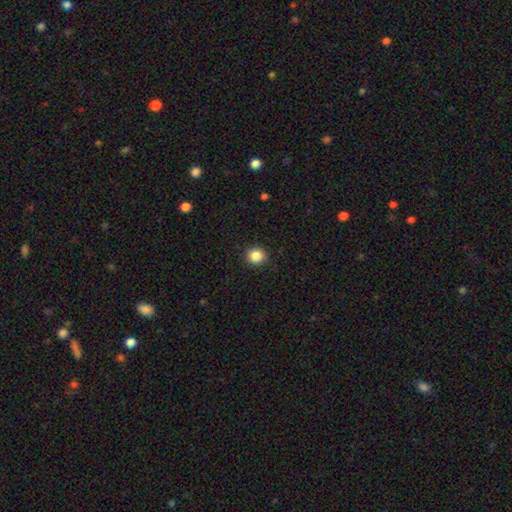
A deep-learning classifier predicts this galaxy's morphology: Overall: smooth (86%). How rounded: round (87%). Merging: none (92%).